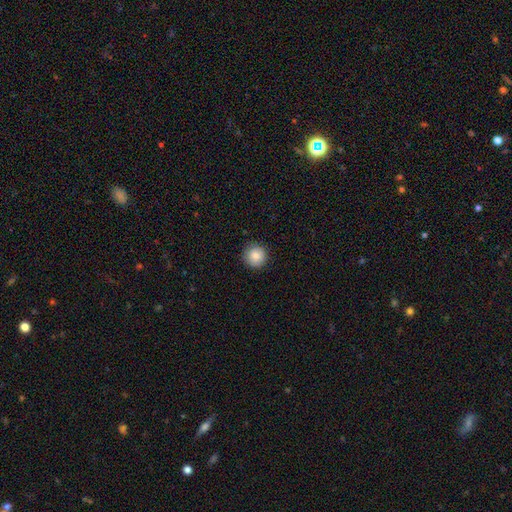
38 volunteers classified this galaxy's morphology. Q: Smooth or featured?
A: smooth (89%); runner-up: star or artifact (8%)
Q: How rounded?
A: round (94%); runner-up: in between (6%)
Q: Merging?
A: none (86%); runner-up: minor disturbance (14%)